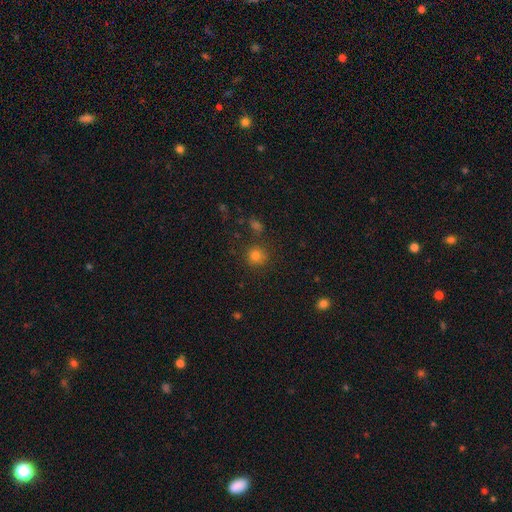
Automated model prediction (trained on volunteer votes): This is likely a smooth galaxy (78%). How rounded: clearly round (91%). Merging: likely none (79%).